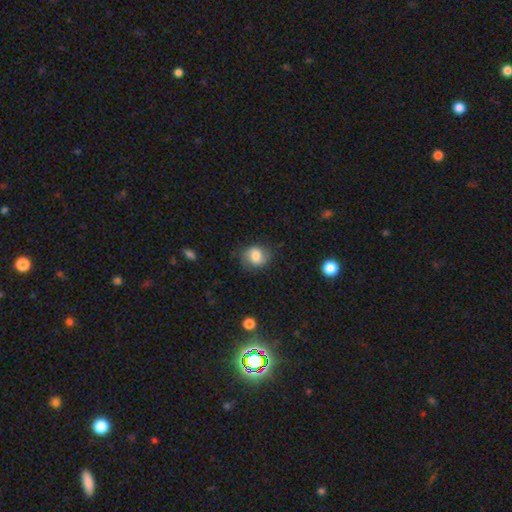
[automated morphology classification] Smooth or featured: smooth — 59% (featured or disk — 32%)
How rounded: round — 65% (in between — 34%)
Merging: none — 72% (minor disturbance — 20%)